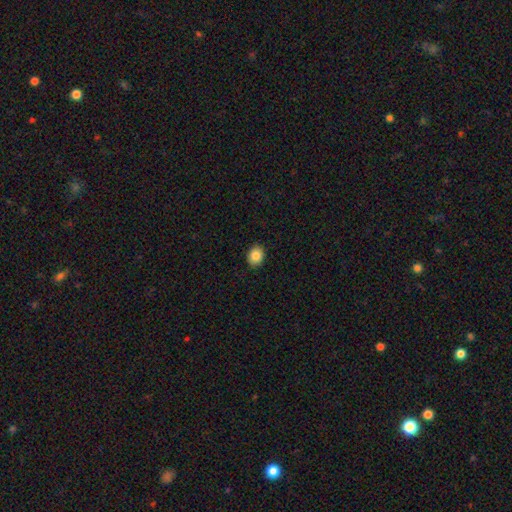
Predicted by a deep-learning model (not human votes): smooth_or_featured: smooth (p=0.85) [alt: star or artifact p=0.09]
how_rounded: round (p=0.57) [alt: in between p=0.42]
merging: none (p=0.90) [alt: minor disturbance p=0.08]